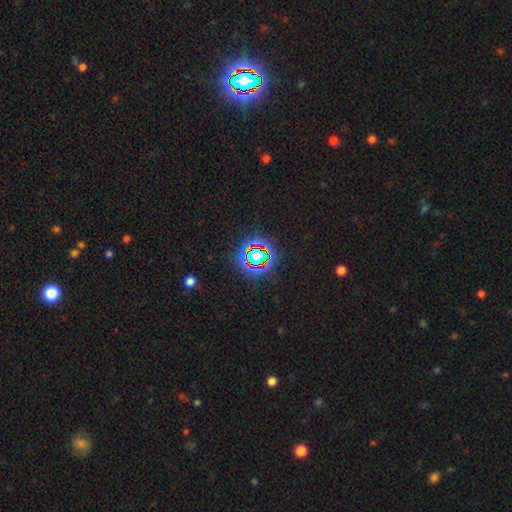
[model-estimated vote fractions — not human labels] A star or artifact, not a galaxy (69%).